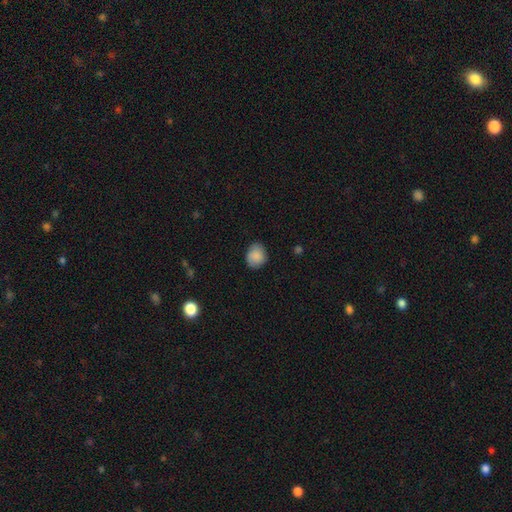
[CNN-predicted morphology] Q: Smooth or featured?
A: smooth (86%); runner-up: star or artifact (7%)
Q: How rounded?
A: round (60%); runner-up: in between (39%)
Q: Merging?
A: none (77%); runner-up: minor disturbance (18%)